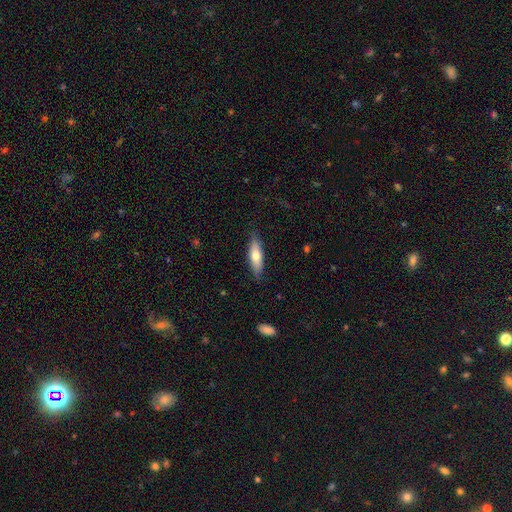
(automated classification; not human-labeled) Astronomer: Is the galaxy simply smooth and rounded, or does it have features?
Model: smooth — 63%.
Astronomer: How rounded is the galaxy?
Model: cigar-shaped — 52% (runner-up: in between, 46%).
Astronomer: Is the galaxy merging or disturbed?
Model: none — 83%.